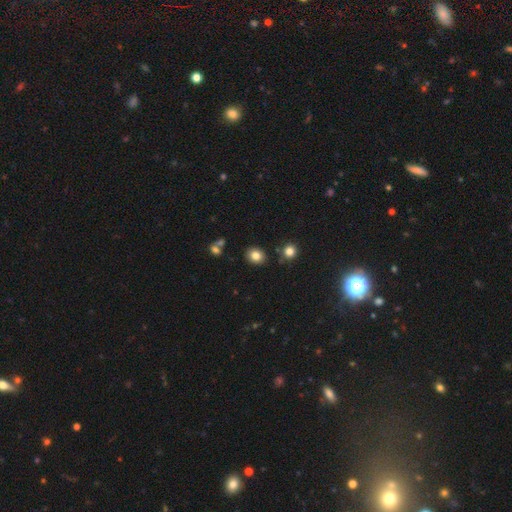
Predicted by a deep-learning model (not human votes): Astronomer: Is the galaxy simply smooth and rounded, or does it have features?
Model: smooth — 83%.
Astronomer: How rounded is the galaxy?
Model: round — 66%.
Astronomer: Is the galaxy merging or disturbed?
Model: none — 85%.